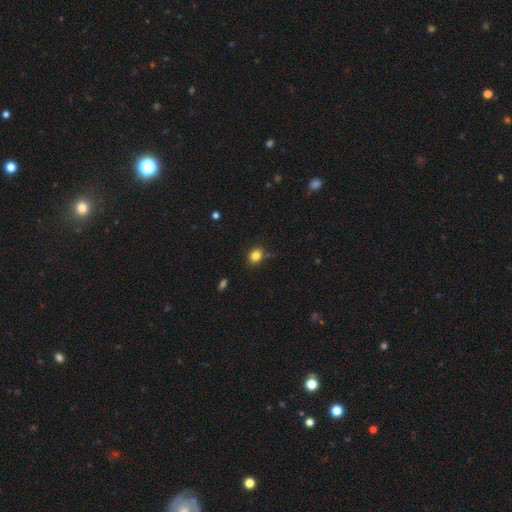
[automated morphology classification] Smooth or featured?
  - smooth: 83% *
  - star or artifact: 11%
  - featured or disk: 5%
How rounded?
  - round: 61% *
  - in between: 38%
  - cigar-shaped: 1%
Merging?
  - none: 84% *
  - minor disturbance: 11%
  - merger: 3%
  - major disturbance: 2%